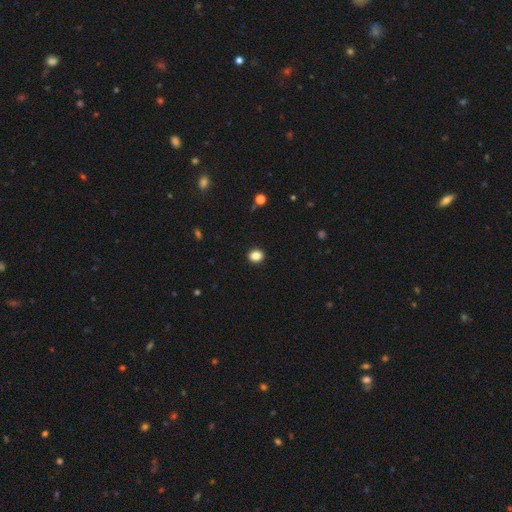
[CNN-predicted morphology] Smooth or featured? smooth (85%)
How rounded? round (70%)
Merging? none (92%)